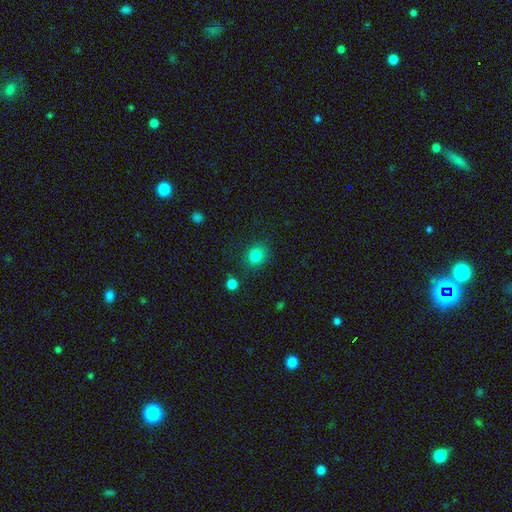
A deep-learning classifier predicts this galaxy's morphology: Smooth or featured?
  - smooth: 82% *
  - star or artifact: 12%
  - featured or disk: 6%
How rounded?
  - round: 68% *
  - in between: 31%
  - cigar-shaped: 1%
Merging?
  - none: 85% *
  - minor disturbance: 10%
  - major disturbance: 3%
  - merger: 3%